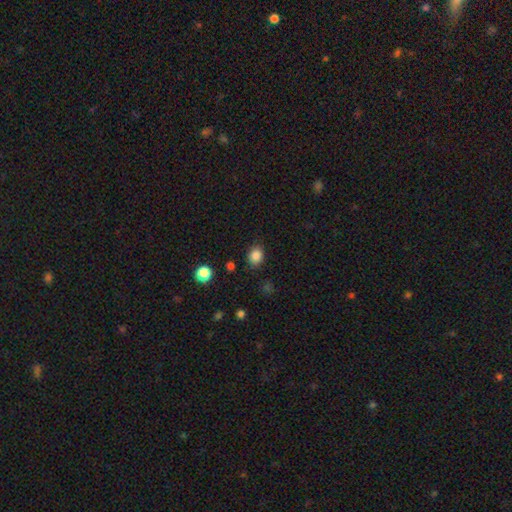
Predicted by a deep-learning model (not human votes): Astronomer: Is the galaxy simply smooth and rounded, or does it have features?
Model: smooth — 85%.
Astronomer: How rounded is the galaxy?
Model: round — 50% (runner-up: in between, 49%).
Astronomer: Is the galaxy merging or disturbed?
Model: none — 83%.